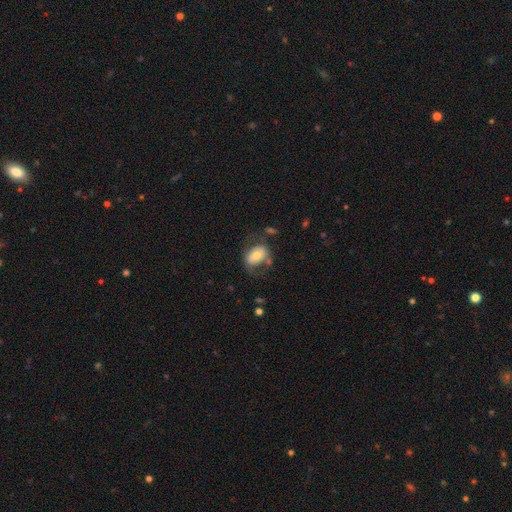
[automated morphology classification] smooth-or-featured: smooth: 58% | featured or disk: 35% | star or artifact: 7%
  how-rounded: in between: 71% | round: 28% | cigar-shaped: 1%
  merging: none: 52% | minor disturbance: 22% | major disturbance: 20% | merger: 6%